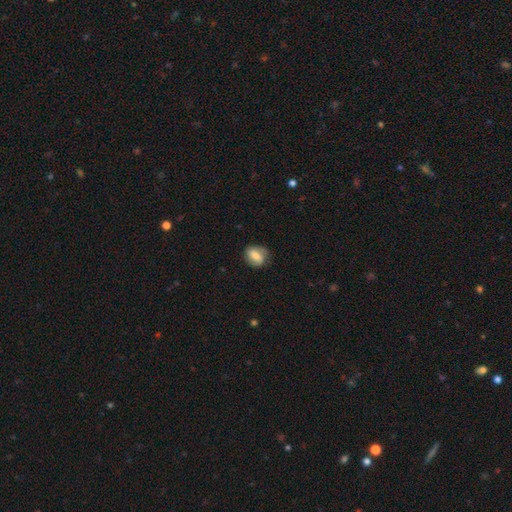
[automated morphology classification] smooth_or_featured: smooth (p=0.51) [alt: featured or disk p=0.41]
how_rounded: in between (p=0.54) [alt: round p=0.44]
merging: none (p=0.72) [alt: minor disturbance p=0.20]